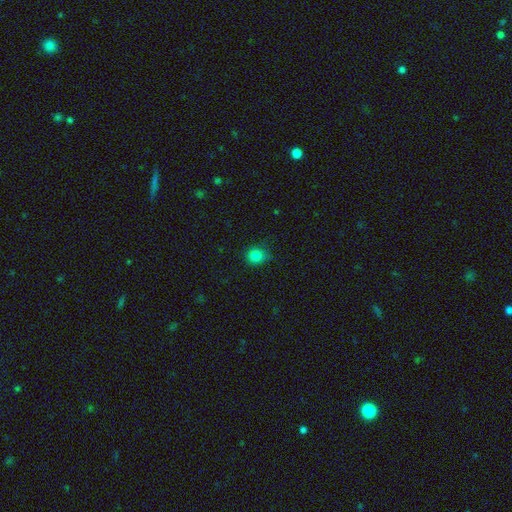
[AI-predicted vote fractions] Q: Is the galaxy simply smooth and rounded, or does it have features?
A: smooth — 83%.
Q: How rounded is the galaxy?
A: round — 84%.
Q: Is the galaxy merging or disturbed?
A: none — 78%.